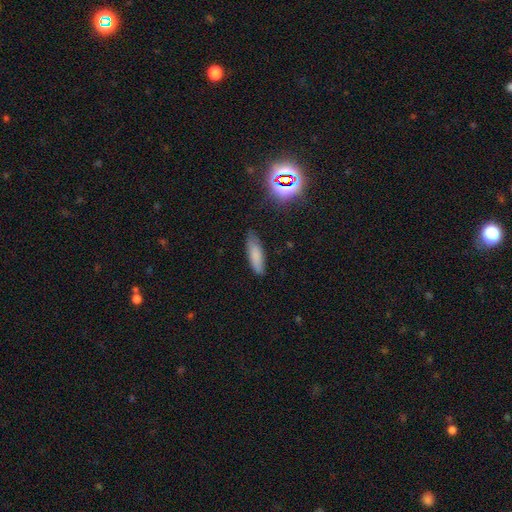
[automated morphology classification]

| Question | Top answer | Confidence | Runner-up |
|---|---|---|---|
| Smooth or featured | smooth | 77% | featured or disk (12%) |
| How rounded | cigar-shaped | 57% | in between (42%) |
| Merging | none | 77% | minor disturbance (18%) |